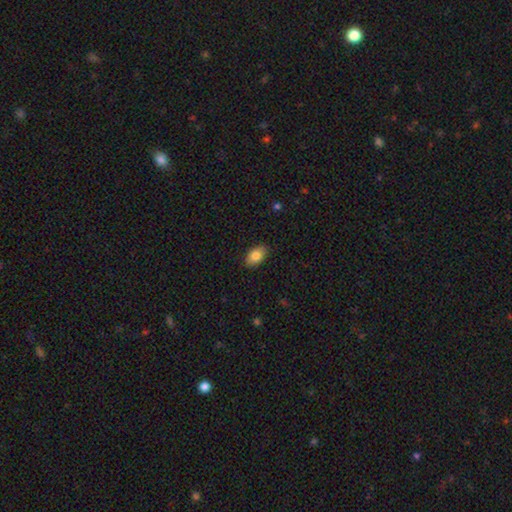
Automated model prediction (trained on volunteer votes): This appears to be a smooth galaxy with no disk features (83%) that is in between round and cigar-shaped (91%). Merging: none (88%).